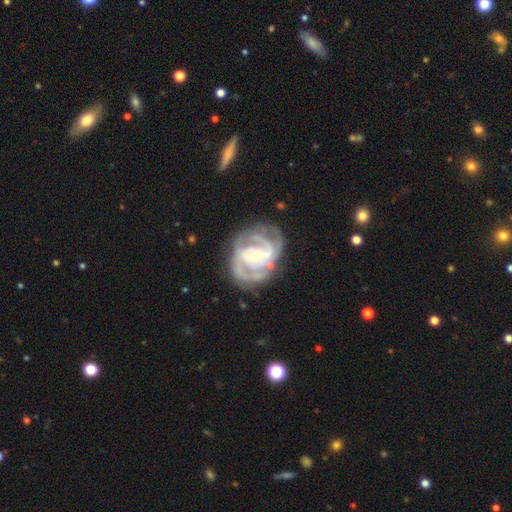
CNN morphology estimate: A featured or disk galaxy (88%) with no bar (39%), 2 (35%) tight (52%) spiral arms (95%) and a small central bulge (57%).

Vote fractions:
- Smooth or featured? featured or disk: 88% / smooth: 7% / star or artifact: 5%
- Edge-on disk? no: 98% / yes: 2%
- Bar? no: 39% / weak: 38% / strong: 22%
- Spiral arms? yes: 95% / no: 5%
- Spiral winding? tight: 52% / medium: 40% / loose: 8%
- Spiral arm count? 2: 35% / 3: 29% / can't tell: 19% / 4: 8% / 1: 4% / more than 4: 4%
- Bulge size? small: 57% / moderate: 38% / large: 3% / none: 1% / dominant: 1%
- Merging? none: 70% / minor disturbance: 18% / major disturbance: 10% / merger: 2%